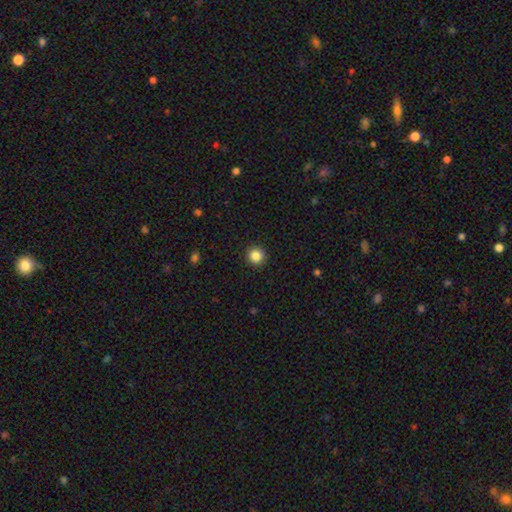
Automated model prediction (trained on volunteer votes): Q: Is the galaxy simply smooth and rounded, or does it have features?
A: smooth — 85%.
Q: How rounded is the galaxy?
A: round — 95%.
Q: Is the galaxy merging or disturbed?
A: none — 93%.